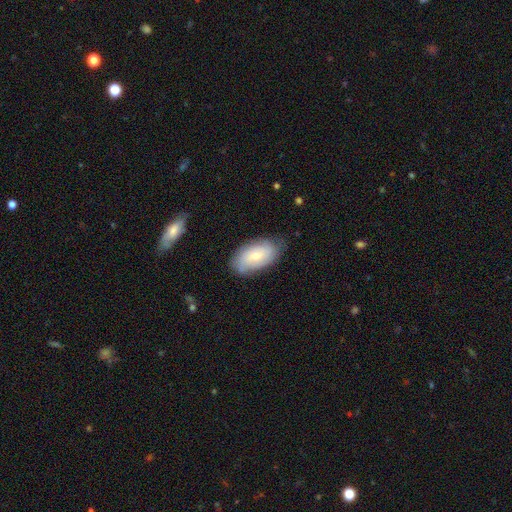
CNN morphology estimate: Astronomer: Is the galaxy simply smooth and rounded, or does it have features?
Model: smooth — 56% (runner-up: featured or disk, 37%).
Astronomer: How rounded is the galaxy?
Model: in between — 93%.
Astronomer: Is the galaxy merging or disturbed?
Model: none — 75%.